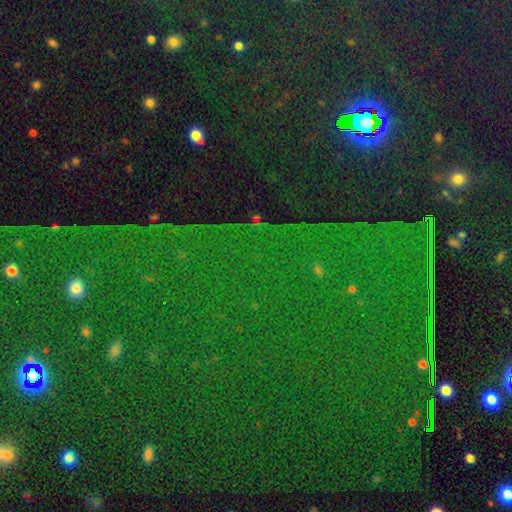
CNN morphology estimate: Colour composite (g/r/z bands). It shows a star or artifact, not a galaxy (85%).